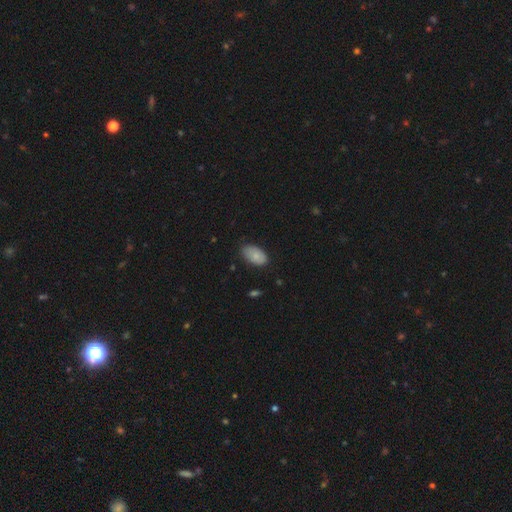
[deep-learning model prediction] Morphology: type=smooth (81%); roundness=in between (94%); merging=none (75%).